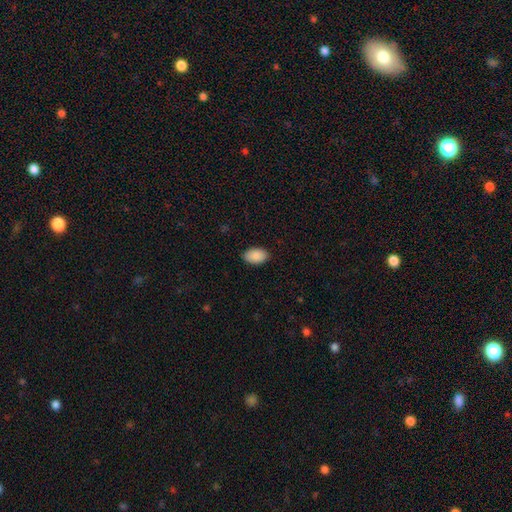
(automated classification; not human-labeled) This is clearly a smooth galaxy (90%). How rounded: clearly in between (93%). Merging: clearly none (87%).